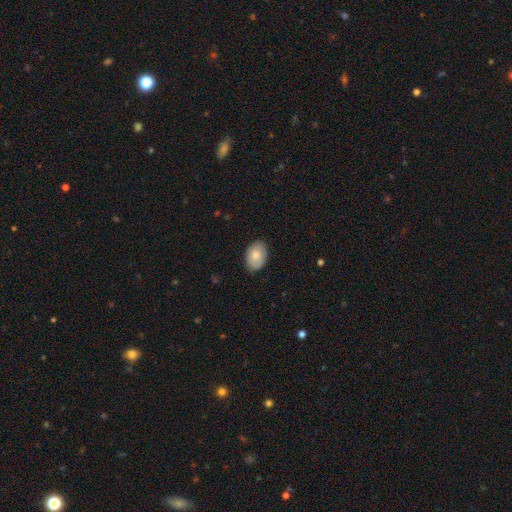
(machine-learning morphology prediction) type=smooth (78%); roundness=in between (85%); merging=none (85%).